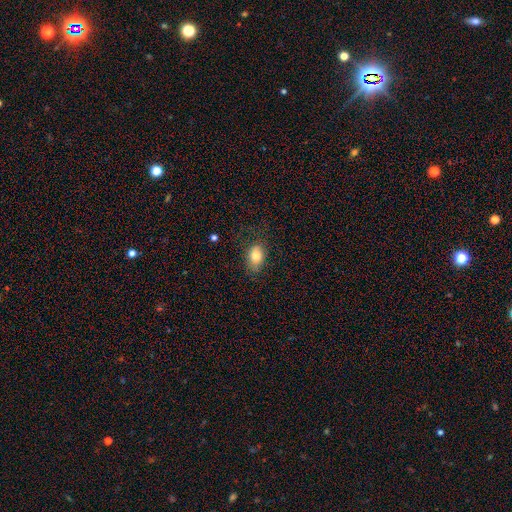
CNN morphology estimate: A smooth galaxy with no disk features (82%) that is in between round and cigar-shaped (84%).

Vote fractions:
- Smooth or featured? smooth: 82% / featured or disk: 10% / star or artifact: 9%
- How rounded? in between: 84% / round: 14% / cigar-shaped: 2%
- Merging? none: 74% / minor disturbance: 18% / major disturbance: 7% / merger: 1%